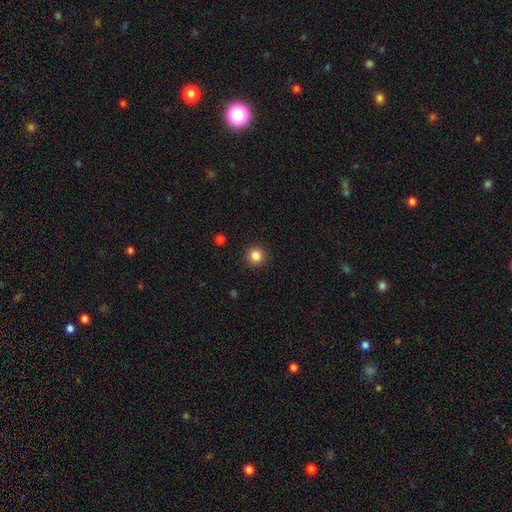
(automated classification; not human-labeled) smooth_or_featured: smooth (p=0.85) [alt: star or artifact p=0.11]
how_rounded: round (p=0.96) [alt: in between p=0.03]
merging: none (p=0.93) [alt: minor disturbance p=0.05]